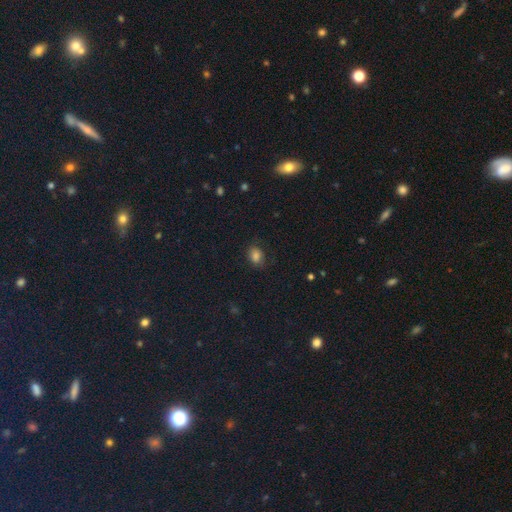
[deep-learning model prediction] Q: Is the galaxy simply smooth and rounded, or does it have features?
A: smooth — 80%.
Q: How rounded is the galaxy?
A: in between — 65%.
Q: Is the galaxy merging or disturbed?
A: none — 77%.